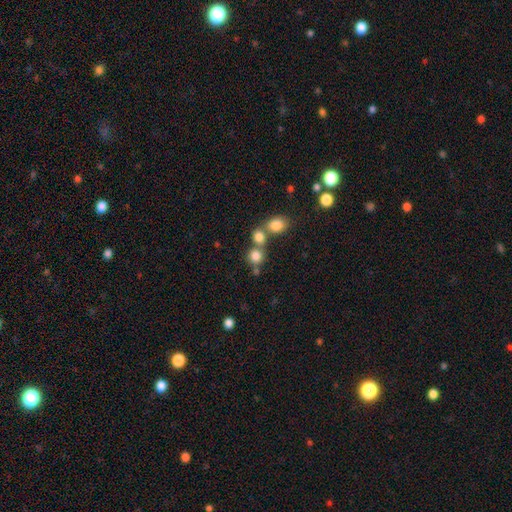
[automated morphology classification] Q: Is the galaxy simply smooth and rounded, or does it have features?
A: smooth — 80%.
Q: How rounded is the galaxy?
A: round — 86%.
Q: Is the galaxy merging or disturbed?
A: none — 54%.